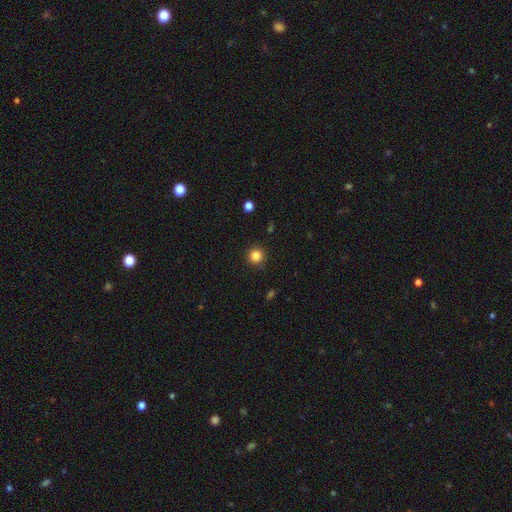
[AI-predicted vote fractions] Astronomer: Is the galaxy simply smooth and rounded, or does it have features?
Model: smooth — 85%.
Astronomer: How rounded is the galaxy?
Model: round — 95%.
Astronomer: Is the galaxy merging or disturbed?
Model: none — 90%.